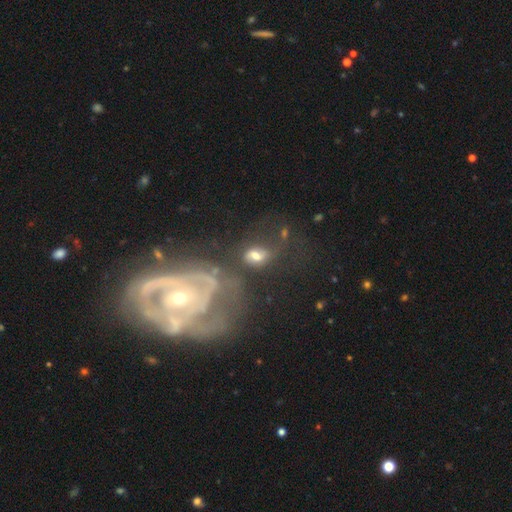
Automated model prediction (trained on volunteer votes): Smooth or featured? smooth (49%)
Merging? none (41%)